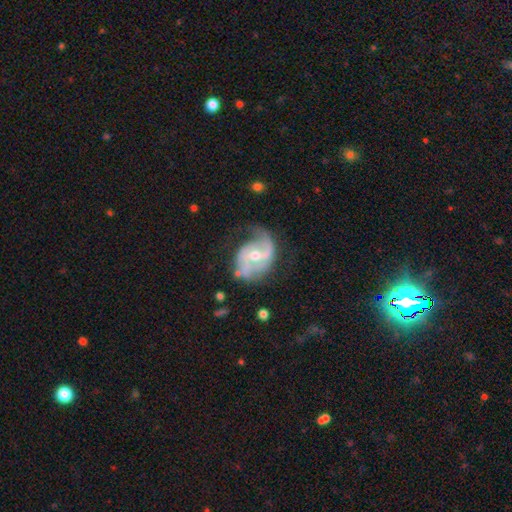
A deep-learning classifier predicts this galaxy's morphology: Smooth or featured? featured or disk (84%)
Edge-on disk? no (97%)
Bar? weak (45%)
Spiral arms? yes (92%)
Spiral winding? medium (43%)
Spiral arm count? 2 (73%)
Bulge size? moderate (59%)
Merging? none (54%)